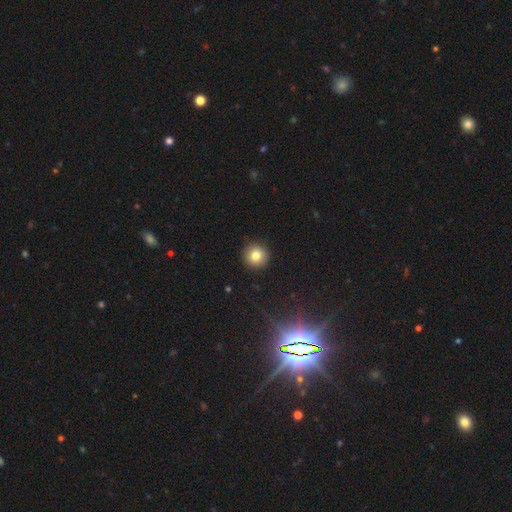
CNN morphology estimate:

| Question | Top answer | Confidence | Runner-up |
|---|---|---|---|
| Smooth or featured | smooth | 80% | star or artifact (12%) |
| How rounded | round | 95% | in between (4%) |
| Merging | none | 92% | minor disturbance (5%) |